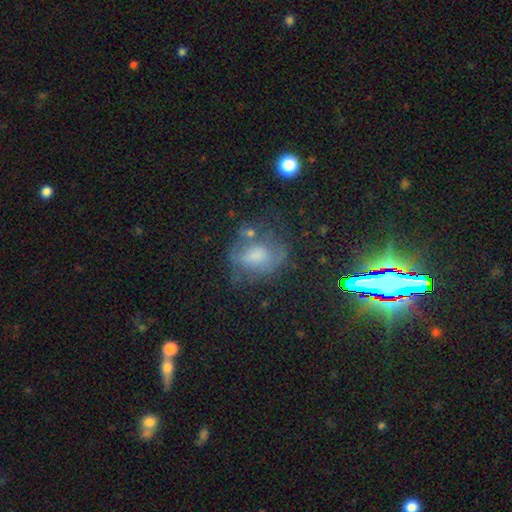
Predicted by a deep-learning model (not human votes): Smooth or featured? smooth (42%)
Merging? none (49%)